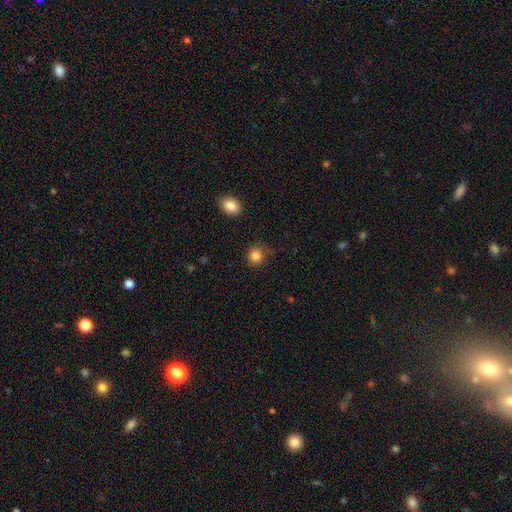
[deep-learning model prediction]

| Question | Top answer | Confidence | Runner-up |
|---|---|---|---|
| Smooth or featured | smooth | 85% | star or artifact (11%) |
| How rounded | round | 88% | in between (11%) |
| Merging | none | 82% | minor disturbance (13%) |